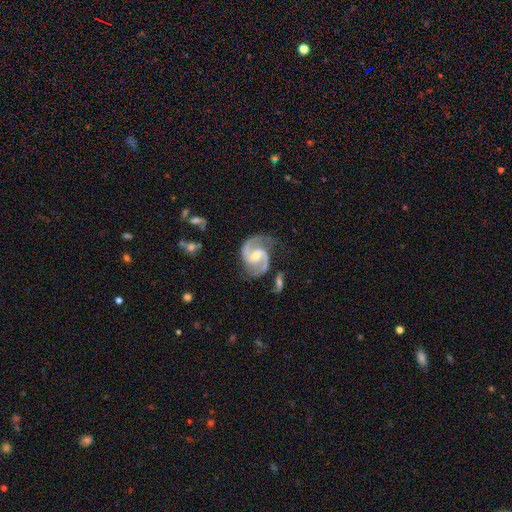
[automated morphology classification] Smooth or featured?
  - featured or disk: 92% *
  - star or artifact: 4%
  - smooth: 4%
Edge-on disk?
  - no: 98% *
  - yes: 2%
Bar?
  - weak: 46% *
  - no: 37%
  - strong: 17%
Spiral arms?
  - yes: 98% *
  - no: 2%
Spiral winding?
  - medium: 63% *
  - loose: 20%
  - tight: 17%
Spiral arm count?
  - 2: 93% *
  - 3: 2%
  - can't tell: 2%
  - 1: 1%
  - 4: 1%
  - more than 4: 1%
Bulge size?
  - small: 50% *
  - moderate: 45%
  - none: 2%
  - large: 2%
  - dominant: 1%
Merging?
  - none: 74% *
  - minor disturbance: 17%
  - major disturbance: 6%
  - merger: 4%